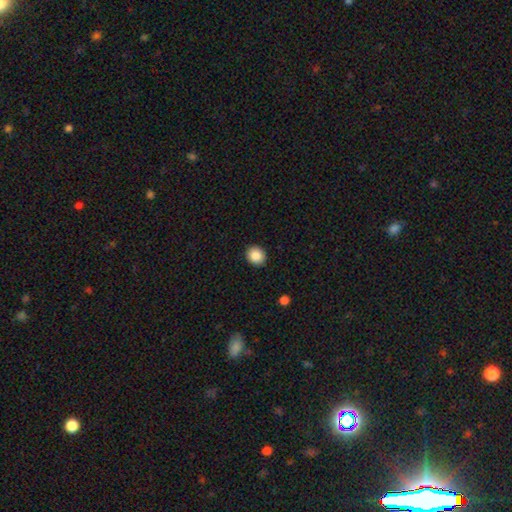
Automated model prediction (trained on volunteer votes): This appears to be a smooth galaxy with no disk features (87%) that is round (78%). Merging: none (91%).